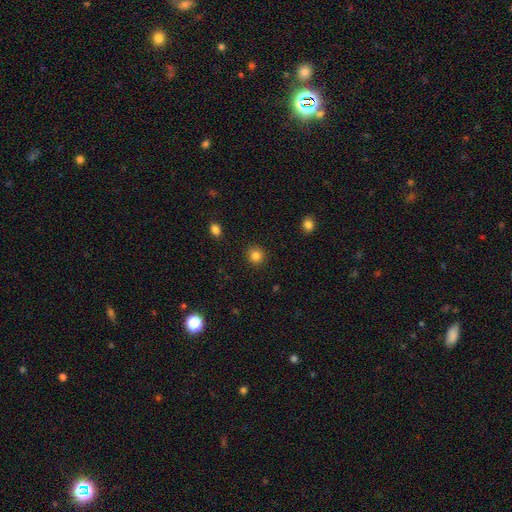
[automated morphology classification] Overall: smooth (84%). How rounded: round (92%). Merging: none (91%).